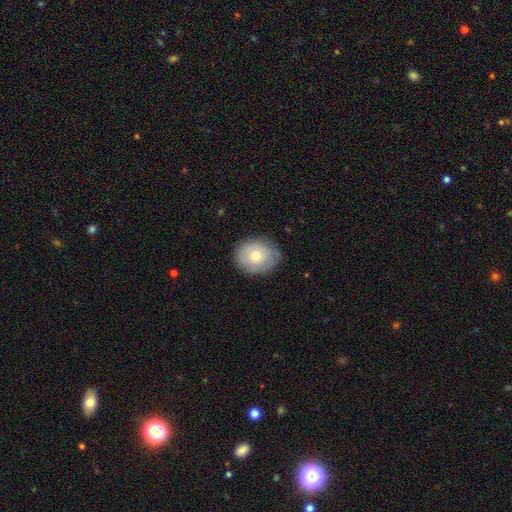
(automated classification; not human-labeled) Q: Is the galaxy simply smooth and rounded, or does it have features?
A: smooth — 69%.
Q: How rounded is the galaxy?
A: round — 63%.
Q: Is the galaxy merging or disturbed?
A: none — 79%.